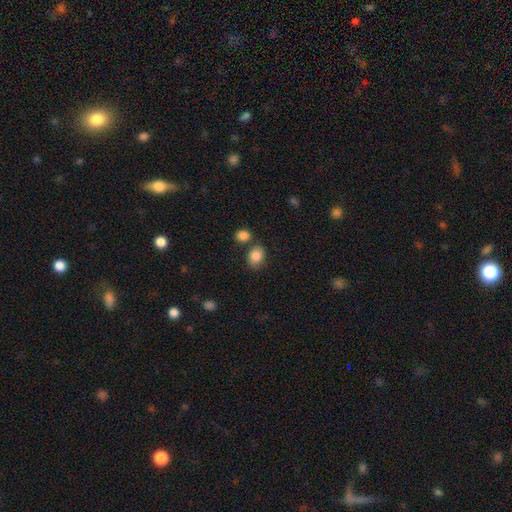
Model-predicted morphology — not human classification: This is clearly a smooth galaxy (86%). How rounded: possibly in between (59%). Merging: likely none (67%).